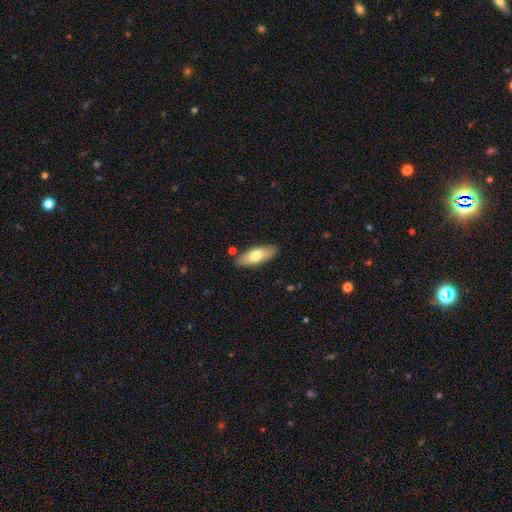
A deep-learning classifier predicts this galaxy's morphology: smooth 67%, featured or disk 27%, star or artifact 6%. Down the decision tree: how rounded — in between (70%); merging — none (85%).